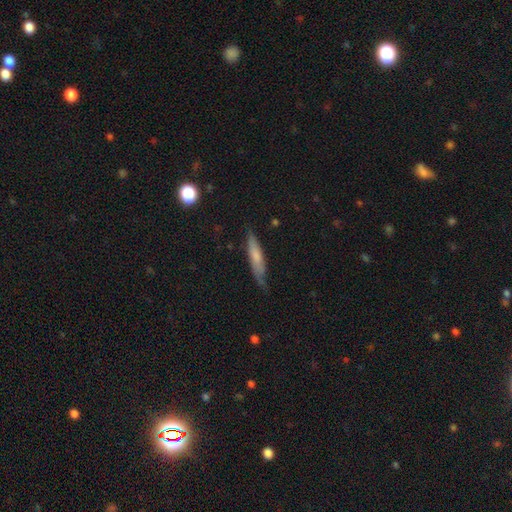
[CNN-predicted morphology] smooth-or-featured: smooth: 64% | featured or disk: 30% | star or artifact: 6%
  how-rounded: cigar-shaped: 83% | in between: 15% | round: 2%
  merging: none: 68% | minor disturbance: 25% | major disturbance: 5% | merger: 2%